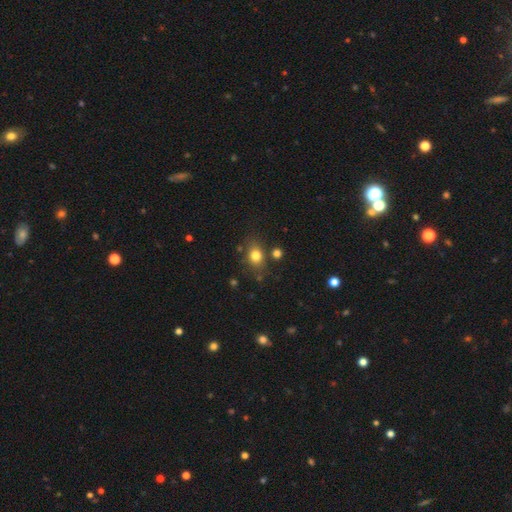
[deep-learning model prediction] The model was most divided on "how rounded": in between: 53%, round: 46%, cigar-shaped: 2%. More confident: smooth or featured — smooth (79%); merging — none (75%).